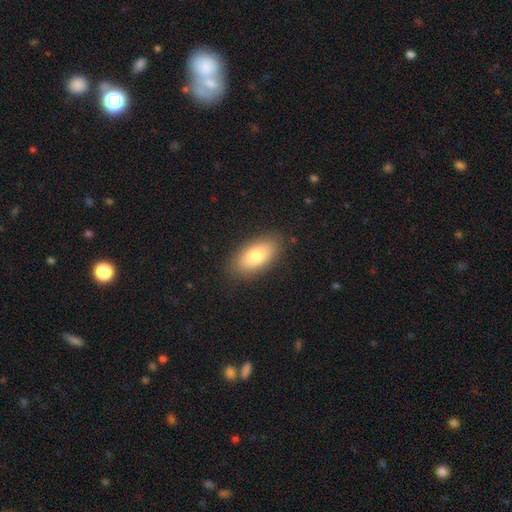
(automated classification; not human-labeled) smooth 78%, featured or disk 15%, star or artifact 7%. Down the decision tree: how rounded — in between (91%); merging — none (87%).